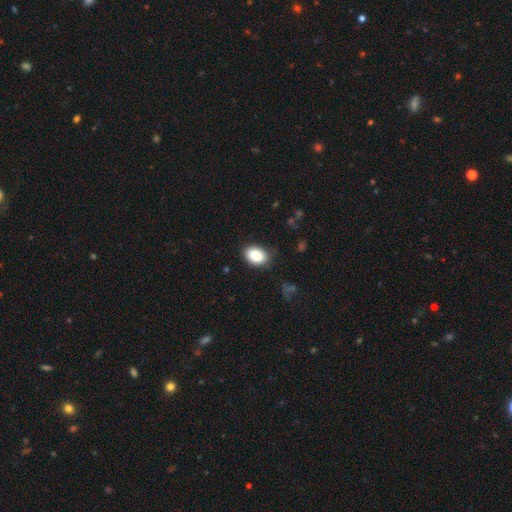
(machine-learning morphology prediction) A smooth galaxy with no disk features (84%) that is in between round and cigar-shaped (78%).

Vote fractions:
- Smooth or featured? smooth: 84% / star or artifact: 8% / featured or disk: 8%
- How rounded? in between: 78% / round: 21% / cigar-shaped: 1%
- Merging? none: 84% / minor disturbance: 12% / major disturbance: 3% / merger: 1%